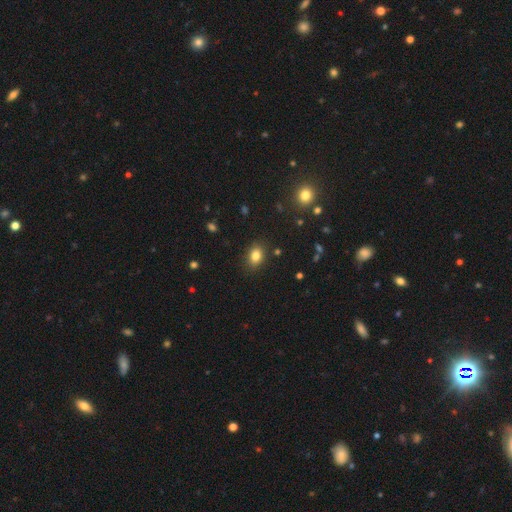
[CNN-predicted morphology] The model was most divided on "how rounded": in between: 72%, round: 27%, cigar-shaped: 1%. More confident: merging — none (86%); smooth or featured — smooth (82%).